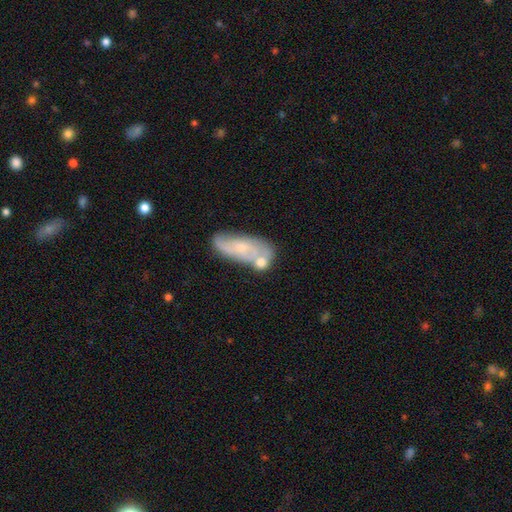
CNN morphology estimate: The model was most divided on "merging": none: 41%, merger: 31%, minor disturbance: 19%, major disturbance: 8%. More confident: edge-on disk — no (91%); spiral arms — yes (77%); bar — no (69%); bulge size — small (67%); smooth or featured — featured or disk (59%).